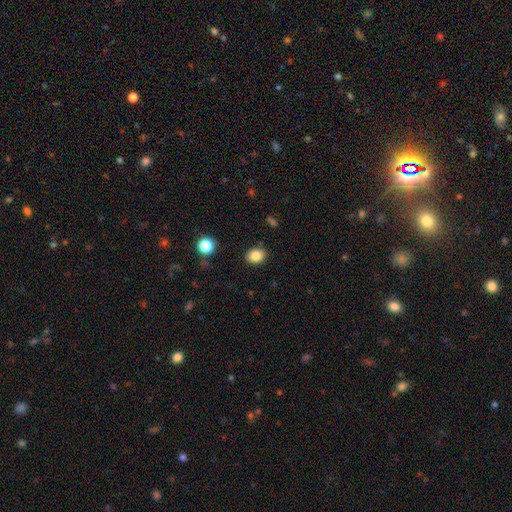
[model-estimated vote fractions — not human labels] Smooth or featured: smooth — 85% (star or artifact — 10%)
How rounded: in between — 57% (round — 42%)
Merging: none — 88% (minor disturbance — 8%)